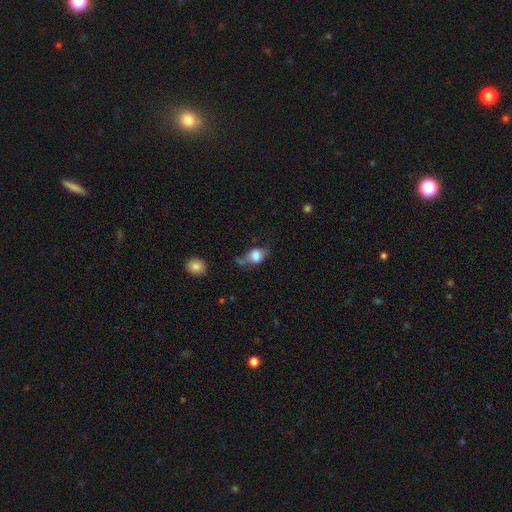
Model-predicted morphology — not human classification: A smooth galaxy with no disk features (68%) that is in between round and cigar-shaped (62%).

Vote fractions:
- Smooth or featured? smooth: 68% / featured or disk: 22% / star or artifact: 10%
- How rounded? in between: 62% / round: 34% / cigar-shaped: 4%
- Merging? none: 38% / minor disturbance: 29% / major disturbance: 22% / merger: 10%